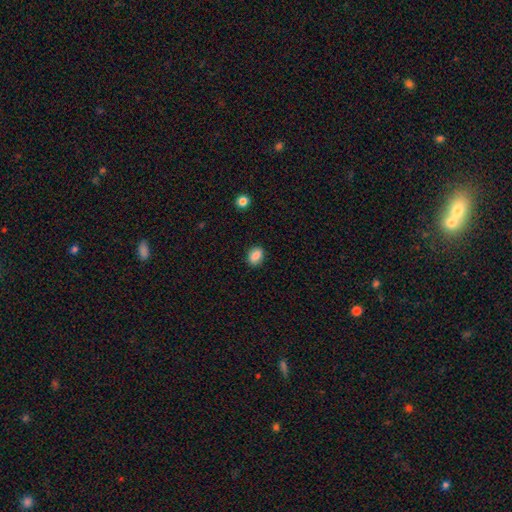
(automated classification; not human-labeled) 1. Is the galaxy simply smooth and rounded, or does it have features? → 87% smooth, 9% star or artifact, 5% featured or disk.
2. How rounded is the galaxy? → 63% in between, 35% round, 1% cigar-shaped.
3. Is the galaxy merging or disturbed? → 88% none, 8% minor disturbance, 2% major disturbance, 1% merger.